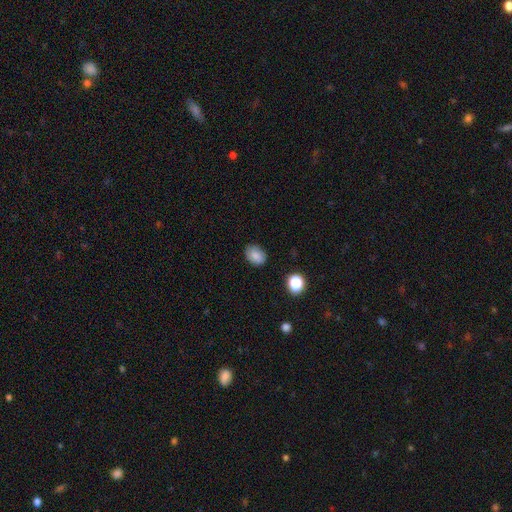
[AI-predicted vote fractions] smooth_or_featured: smooth (p=0.84) [alt: star or artifact p=0.10]
how_rounded: in between (p=0.67) [alt: round p=0.32]
merging: none (p=0.81) [alt: minor disturbance p=0.14]